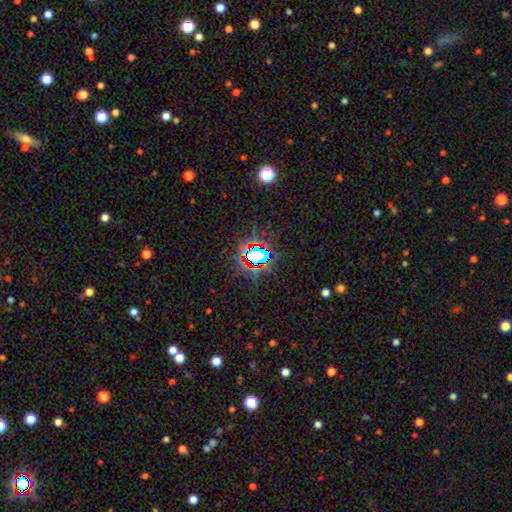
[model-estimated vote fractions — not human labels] A star or artifact, not a galaxy (73%).

Vote fractions:
- Smooth or featured? star or artifact: 73% / smooth: 16% / featured or disk: 11%